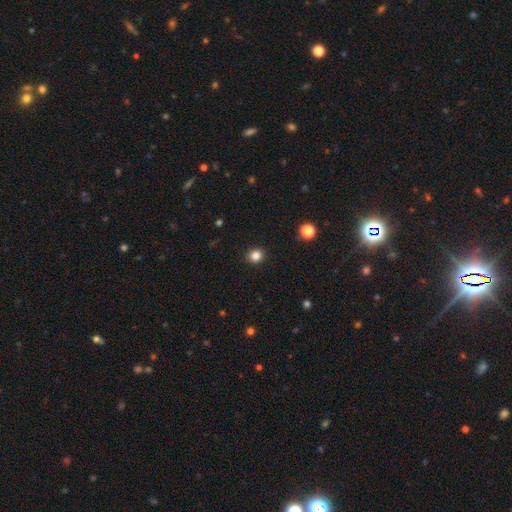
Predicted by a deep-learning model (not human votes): Smooth or featured? Predicted: smooth (p=0.84). How rounded? Predicted: round (p=0.79). Merging? Predicted: none (p=0.91).